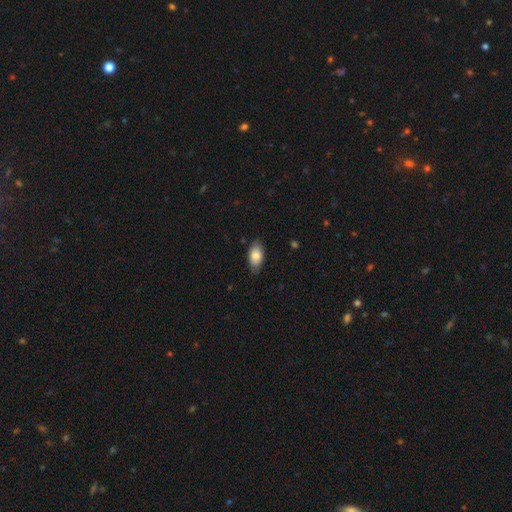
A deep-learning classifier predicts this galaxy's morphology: Smooth or featured?
  - smooth: 80% *
  - featured or disk: 13%
  - star or artifact: 6%
How rounded?
  - in between: 93% *
  - round: 4%
  - cigar-shaped: 3%
Merging?
  - none: 79% *
  - minor disturbance: 17%
  - major disturbance: 3%
  - merger: 1%